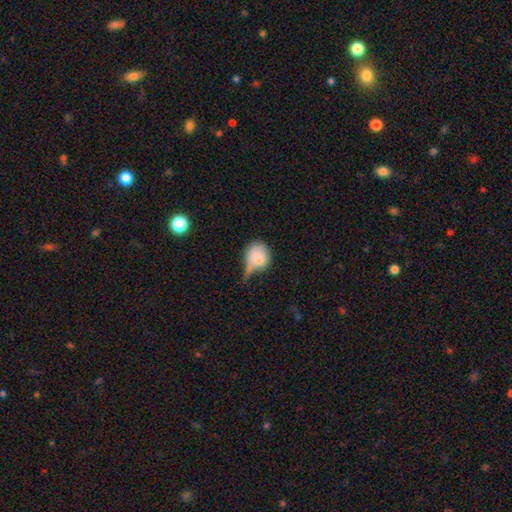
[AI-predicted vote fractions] This appears to be a smooth galaxy with no disk features (75%) that is round (66%). Merging: minor disturbance (31%).